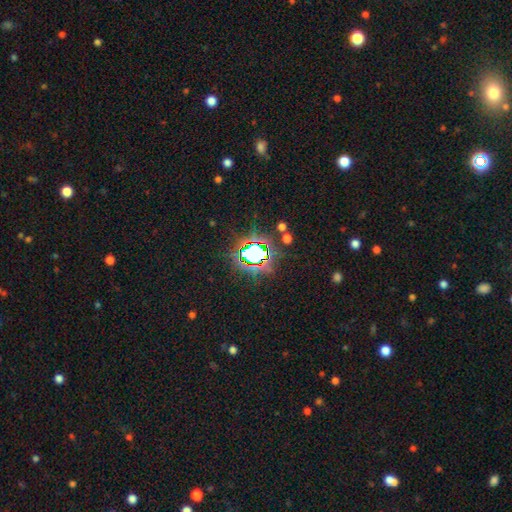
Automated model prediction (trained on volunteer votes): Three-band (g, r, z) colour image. It shows a star or artifact, not a galaxy (75%).